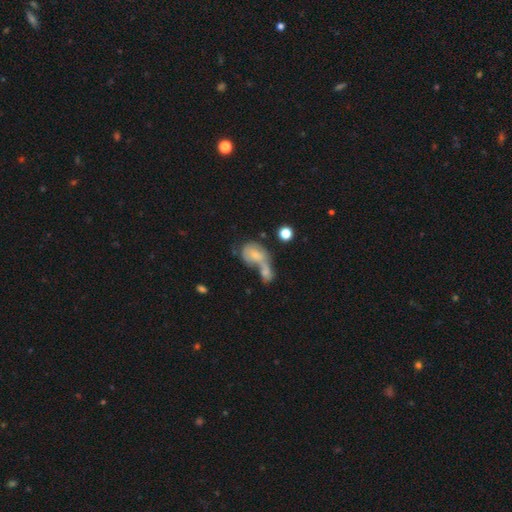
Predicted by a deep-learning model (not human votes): Overall: smooth (61%; featured or disk 29%). How rounded: in between (62%; round 34%). Merging: merger (62%).